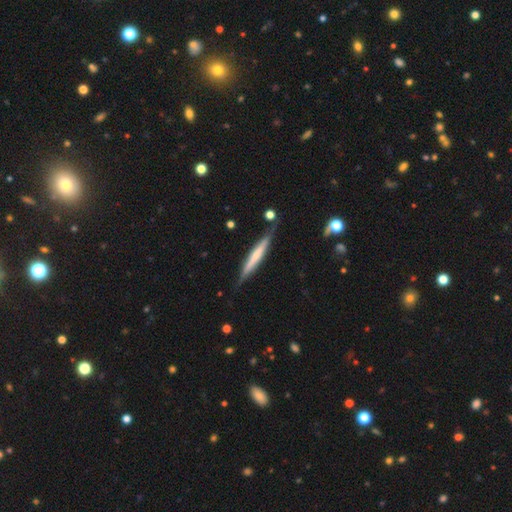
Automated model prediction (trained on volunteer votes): smooth-or-featured: featured or disk: 48% | smooth: 47% | star or artifact: 5%
  merging: none: 78% | minor disturbance: 16% | merger: 3% | major disturbance: 3%